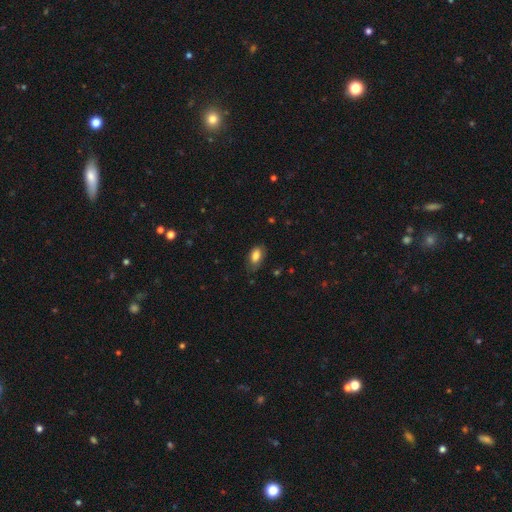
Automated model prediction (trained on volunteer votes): Smooth or featured? Predicted: smooth (p=0.82). How rounded? Predicted: in between (p=0.92). Merging? Predicted: none (p=0.71).